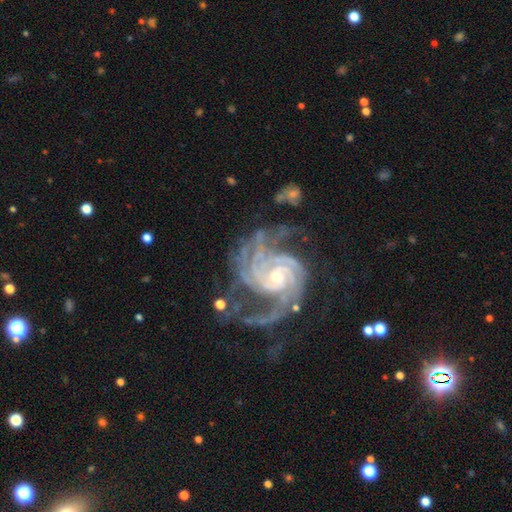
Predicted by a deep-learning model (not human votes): This appears to be a featured or disk galaxy (92%) with no bar (60%), 3 (31%) tight (56%) spiral arms (98%) and a small central bulge (62%). Merging: none (57%).